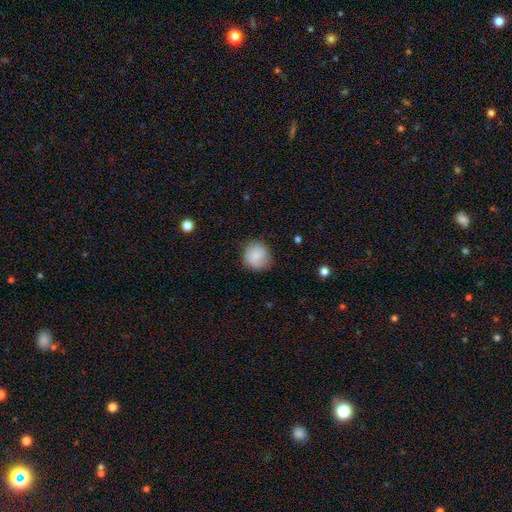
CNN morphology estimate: Smooth or featured? Predicted: smooth (p=0.80). How rounded? Predicted: round (p=0.88). Merging? Predicted: none (p=0.76).